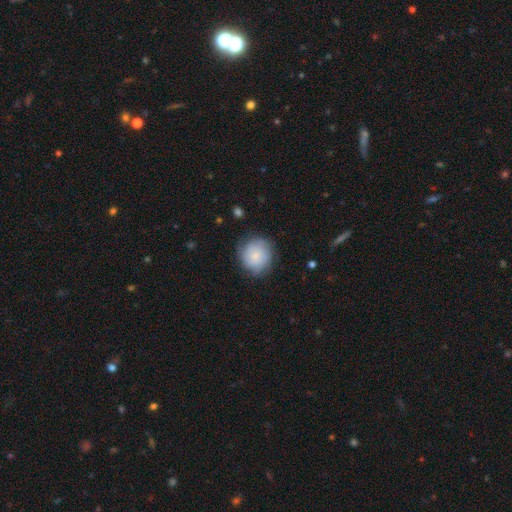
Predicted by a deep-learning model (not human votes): Smooth or featured: smooth — 68% (featured or disk — 24%)
How rounded: round — 89% (in between — 10%)
Merging: none — 74% (minor disturbance — 19%)